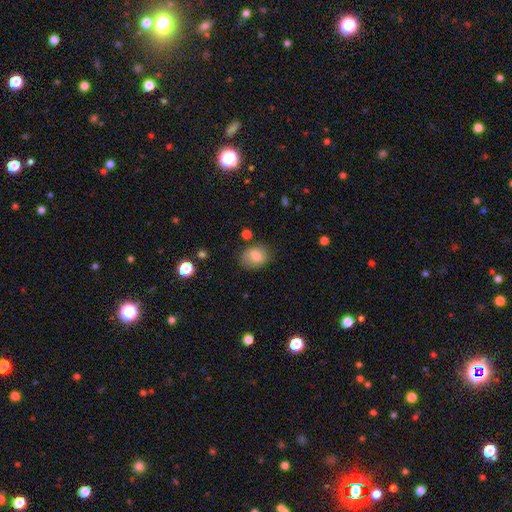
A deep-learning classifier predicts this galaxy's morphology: Q: Smooth or featured?
A: smooth (77%); runner-up: featured or disk (14%)
Q: How rounded?
A: in between (52%); runner-up: round (47%)
Q: Merging?
A: none (73%); runner-up: minor disturbance (19%)